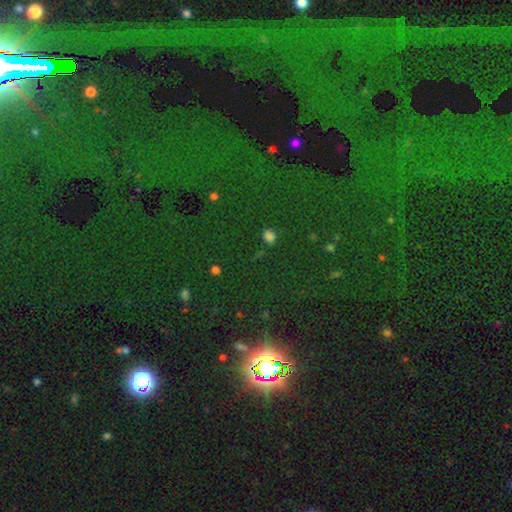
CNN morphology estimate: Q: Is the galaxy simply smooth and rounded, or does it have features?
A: star or artifact — 80%.